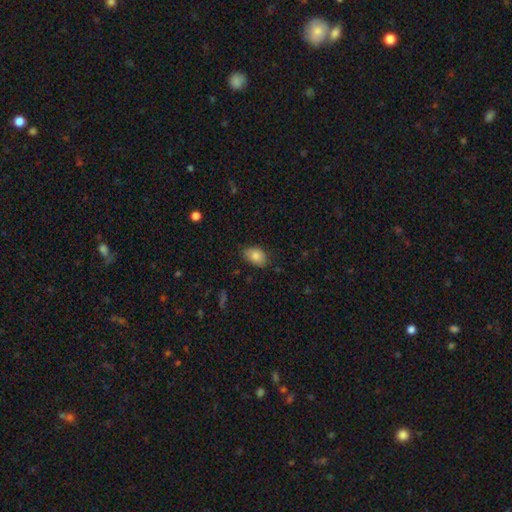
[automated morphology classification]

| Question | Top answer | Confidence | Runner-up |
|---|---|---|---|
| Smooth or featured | smooth | 82% | featured or disk (9%) |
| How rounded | in between | 82% | round (17%) |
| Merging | none | 72% | minor disturbance (23%) |